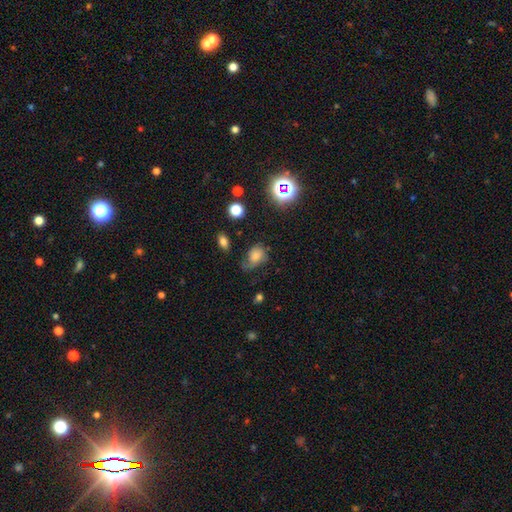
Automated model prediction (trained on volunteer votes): Smooth or featured?
  - smooth: 60% *
  - featured or disk: 24%
  - star or artifact: 16%
How rounded?
  - in between: 65% *
  - round: 34%
  - cigar-shaped: 2%
Merging?
  - none: 37% *
  - minor disturbance: 31%
  - major disturbance: 28%
  - merger: 4%